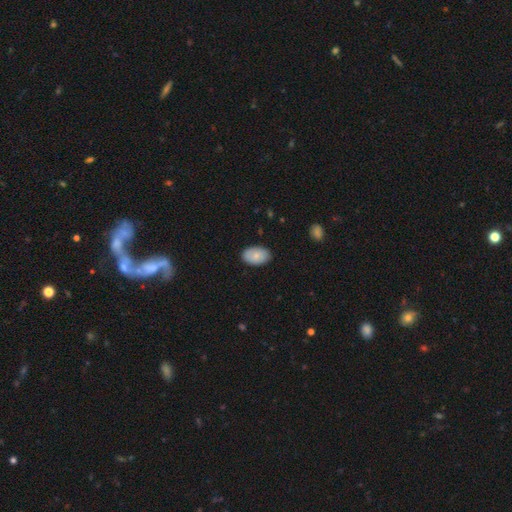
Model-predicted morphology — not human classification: Smooth or featured? Predicted: smooth (p=0.77). How rounded? Predicted: in between (p=0.92). Merging? Predicted: none (p=0.86).